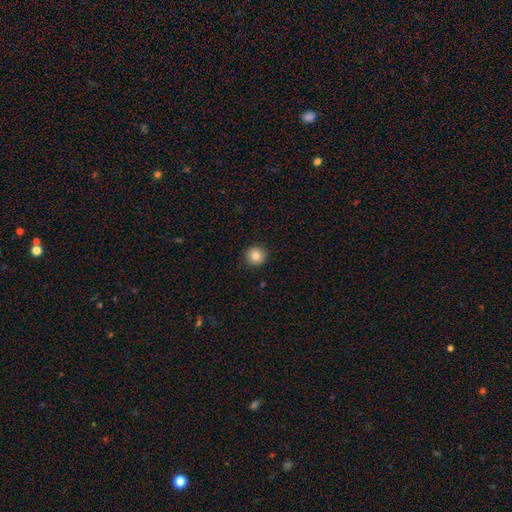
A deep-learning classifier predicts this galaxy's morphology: Overall: smooth (83%). How rounded: round (94%). Merging: none (92%).